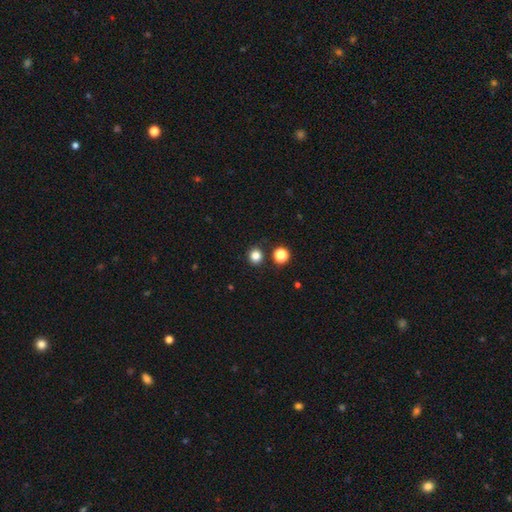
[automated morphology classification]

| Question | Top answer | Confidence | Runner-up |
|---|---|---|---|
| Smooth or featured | smooth | 83% | star or artifact (14%) |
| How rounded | round | 89% | in between (10%) |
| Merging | none | 87% | minor disturbance (7%) |